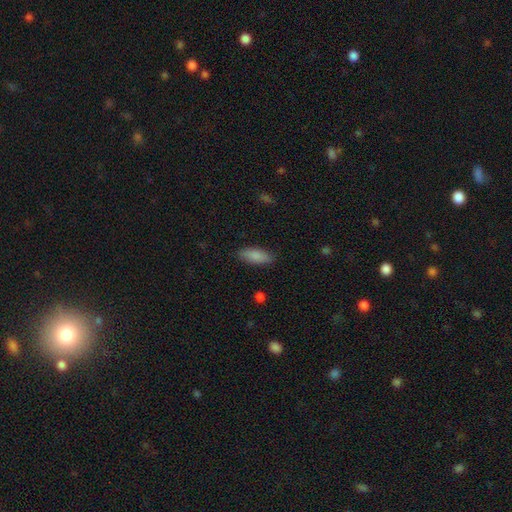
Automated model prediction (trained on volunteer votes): smooth 87%, featured or disk 7%, star or artifact 6%. Down the decision tree: how rounded — in between (74%); merging — none (86%).